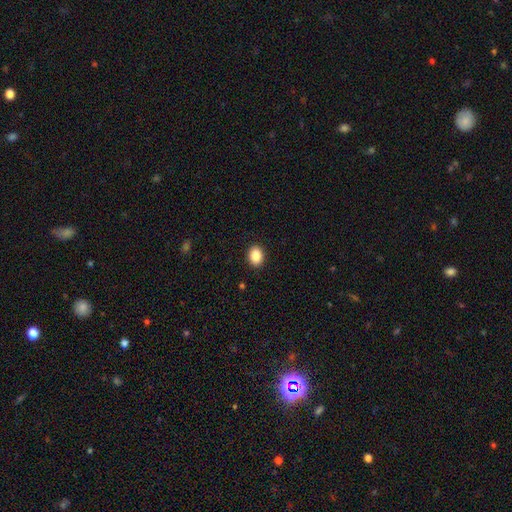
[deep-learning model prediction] Smooth or featured? smooth (89%)
How rounded? in between (69%)
Merging? none (91%)